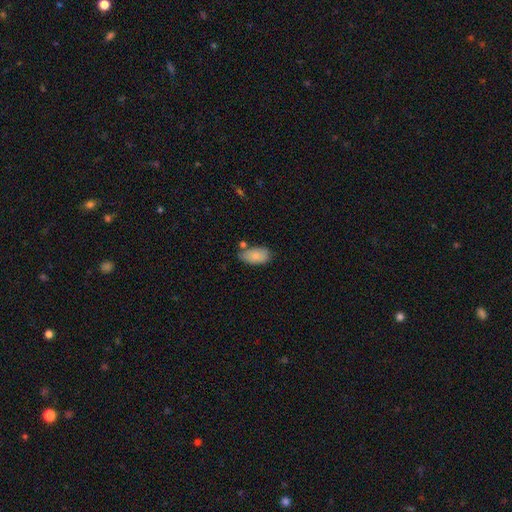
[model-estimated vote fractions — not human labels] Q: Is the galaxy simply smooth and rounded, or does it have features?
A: smooth — 84%.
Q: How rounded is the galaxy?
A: in between — 94%.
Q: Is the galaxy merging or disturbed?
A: none — 66%.